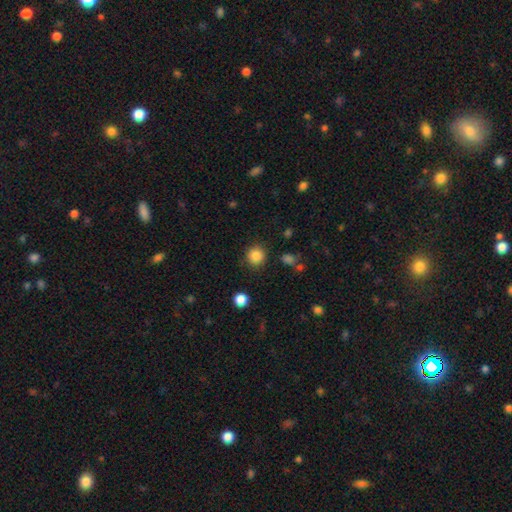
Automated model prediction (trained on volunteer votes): smooth-or-featured: smooth: 86% | star or artifact: 11% | featured or disk: 4%
  how-rounded: round: 92% | in between: 7% | cigar-shaped: 1%
  merging: none: 88% | minor disturbance: 7% | major disturbance: 3% | merger: 2%